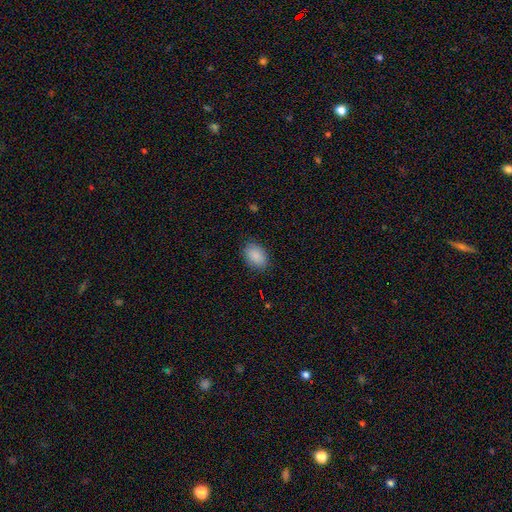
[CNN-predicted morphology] This appears to be a smooth galaxy with no disk features (89%) that is in between round and cigar-shaped (86%). Merging: none (84%).